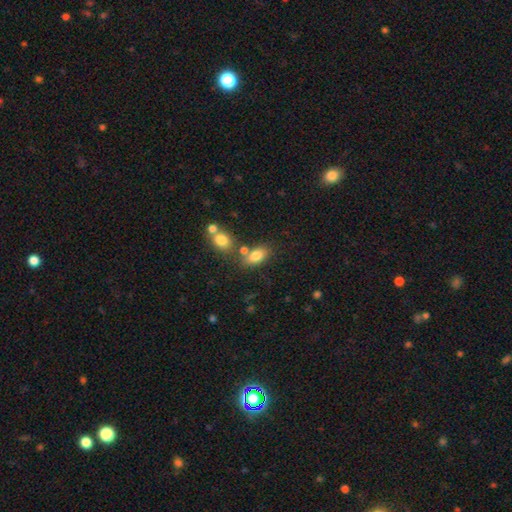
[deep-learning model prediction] This is clearly a smooth galaxy (80%). How rounded: clearly in between (86%). Merging: possibly none (57%).